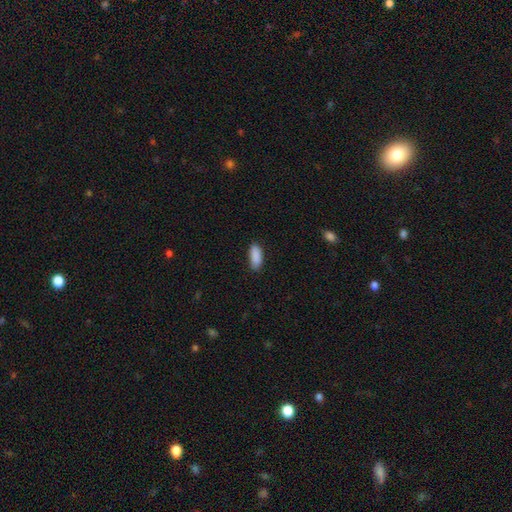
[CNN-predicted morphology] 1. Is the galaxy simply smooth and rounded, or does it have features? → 90% smooth, 7% star or artifact, 3% featured or disk.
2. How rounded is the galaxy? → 79% in between, 19% cigar-shaped, 2% round.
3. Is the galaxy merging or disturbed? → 86% none, 10% minor disturbance, 2% major disturbance, 1% merger.